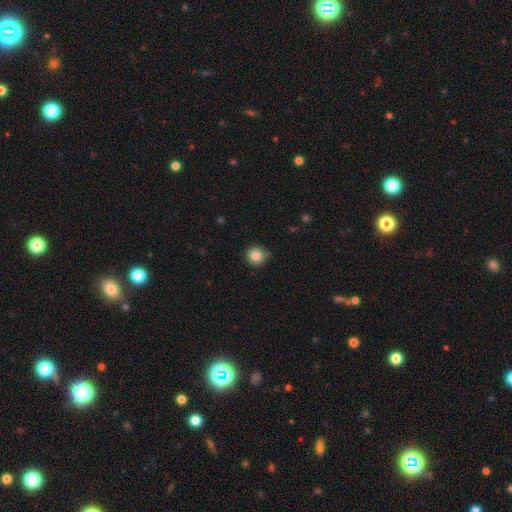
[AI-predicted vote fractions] This is clearly a smooth galaxy (84%). How rounded: clearly round (94%). Merging: clearly none (81%).